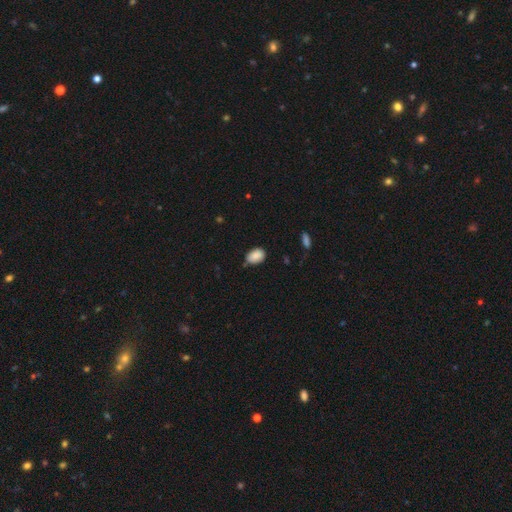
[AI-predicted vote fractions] A smooth galaxy with no disk features (87%) that is in between round and cigar-shaped (83%). Merging: none (73%).